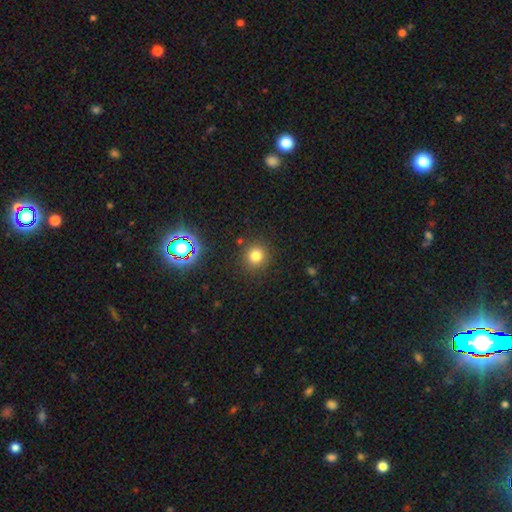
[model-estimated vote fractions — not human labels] Smooth or featured: smooth — 77% (star or artifact — 16%)
How rounded: round — 90% (in between — 9%)
Merging: none — 87% (minor disturbance — 7%)